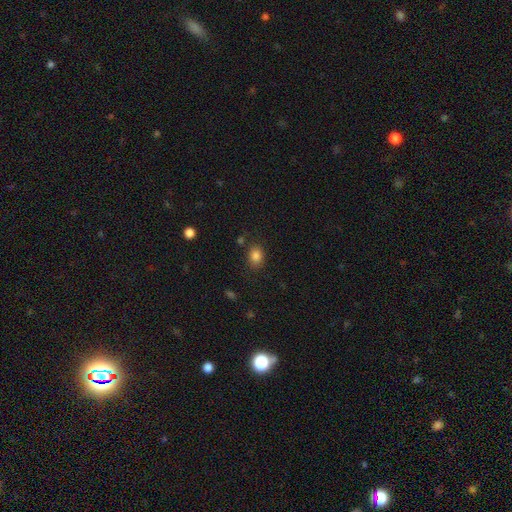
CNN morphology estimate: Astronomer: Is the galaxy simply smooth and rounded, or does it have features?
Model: smooth — 84%.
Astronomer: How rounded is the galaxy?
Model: in between — 58% (runner-up: round, 41%).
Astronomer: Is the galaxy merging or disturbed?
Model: none — 80%.